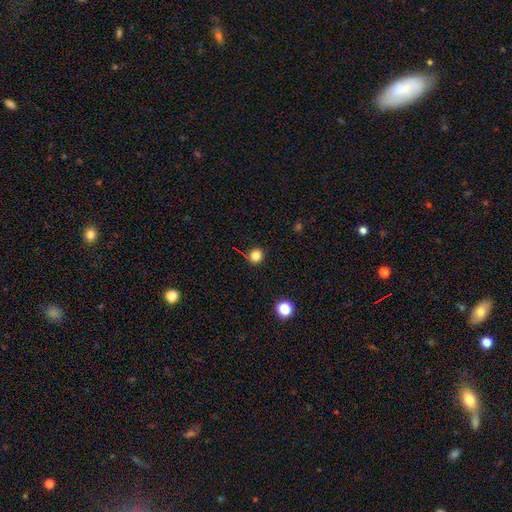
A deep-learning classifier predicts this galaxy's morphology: Smooth or featured? Predicted: smooth (p=0.82). How rounded? Predicted: round (p=0.88). Merging? Predicted: none (p=0.87).